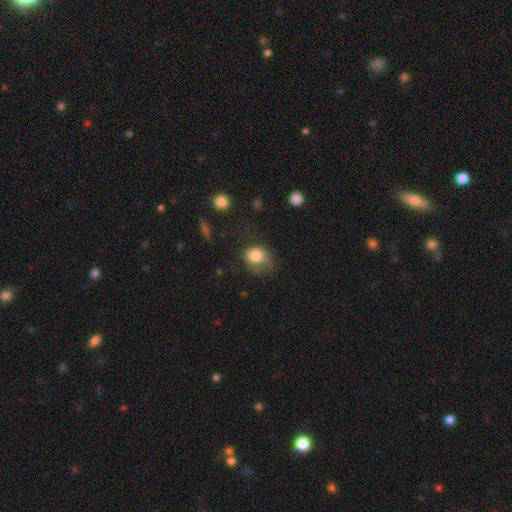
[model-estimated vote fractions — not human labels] A smooth galaxy with no disk features (80%) that is round (55%). Merging: none (45%).